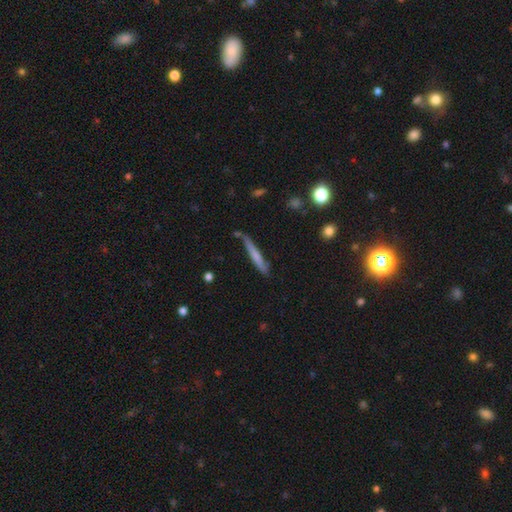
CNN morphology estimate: Smooth or featured: smooth — 61% (featured or disk — 33%)
How rounded: cigar-shaped — 95% (in between — 4%)
Merging: none — 72% (minor disturbance — 19%)